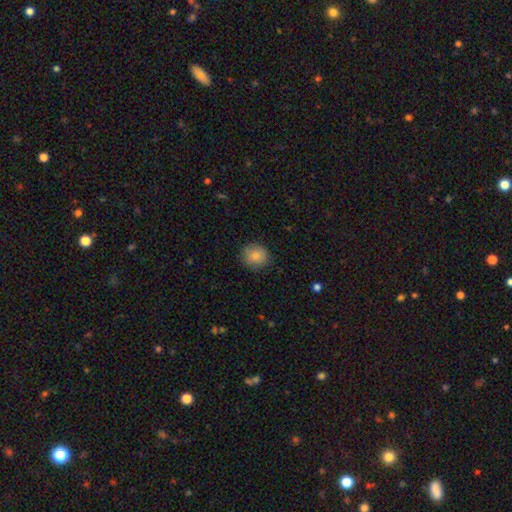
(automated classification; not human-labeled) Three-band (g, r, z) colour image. It shows a smooth galaxy with no disk features (85%) that is round (84%). Merging: none (85%).